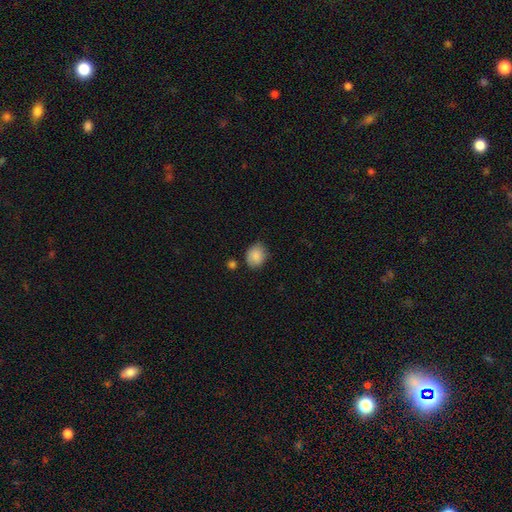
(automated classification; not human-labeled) Q: Smooth or featured?
A: smooth (87%); runner-up: star or artifact (7%)
Q: How rounded?
A: round (51%); runner-up: in between (48%)
Q: Merging?
A: none (71%); runner-up: minor disturbance (21%)